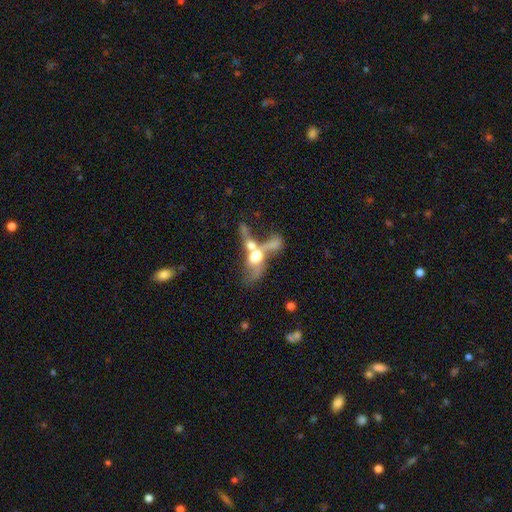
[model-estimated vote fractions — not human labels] Smooth or featured: featured or disk — 47% (smooth — 42%)
Merging: merger — 73% (major disturbance — 14%)